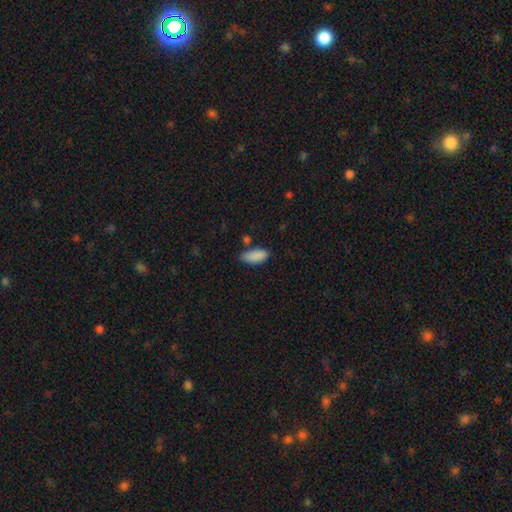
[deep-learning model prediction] Smooth or featured? Predicted: smooth (p=0.88). How rounded? Predicted: in between (p=0.85). Merging? Predicted: none (p=0.67).